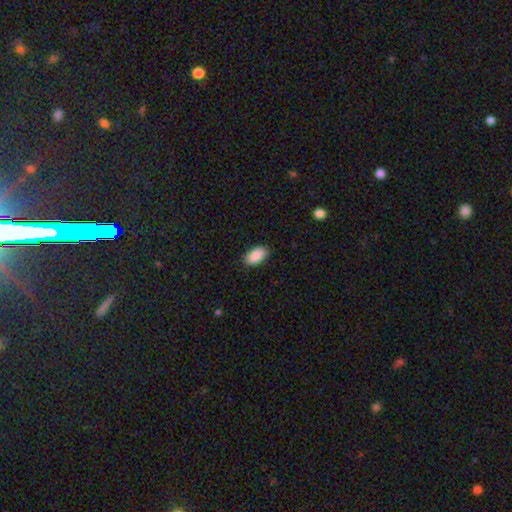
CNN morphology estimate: type=smooth (90%); roundness=in between (94%); merging=none (85%).